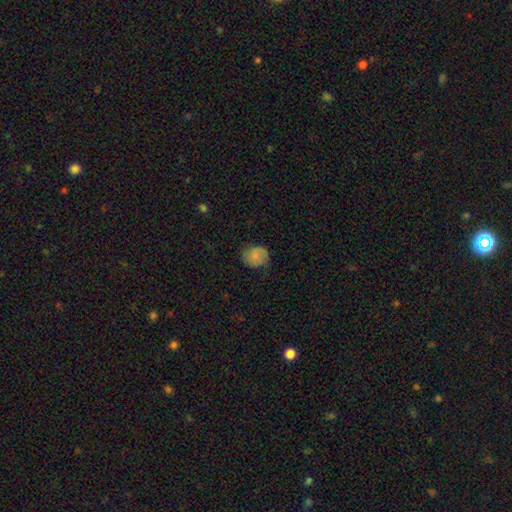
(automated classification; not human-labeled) Smooth or featured? smooth (80%)
How rounded? round (63%)
Merging? none (71%)